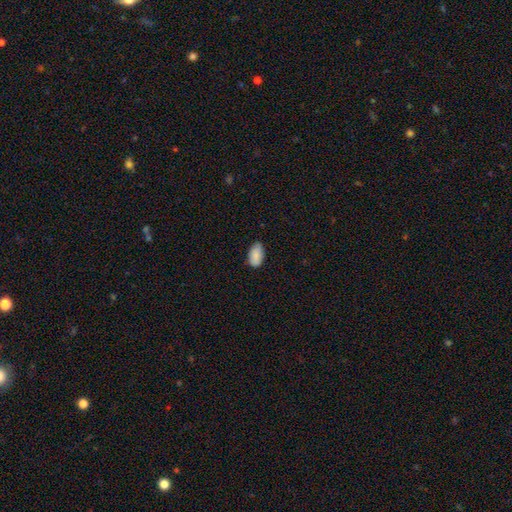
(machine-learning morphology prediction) Smooth or featured: smooth — 87% (star or artifact — 7%)
How rounded: in between — 94% (round — 4%)
Merging: none — 74% (minor disturbance — 22%)